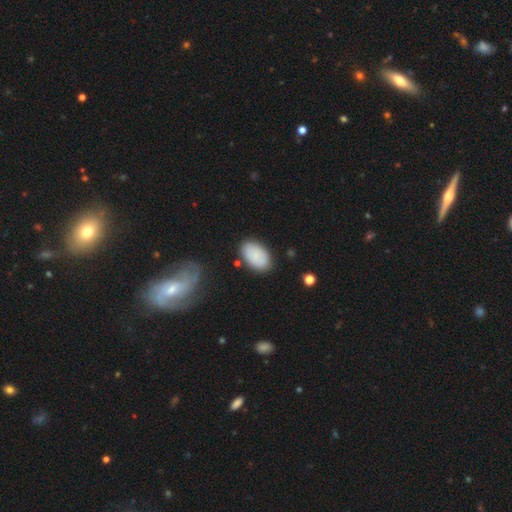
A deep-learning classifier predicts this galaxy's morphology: Smooth or featured?
  - smooth: 82% *
  - featured or disk: 11%
  - star or artifact: 7%
How rounded?
  - in between: 93% *
  - round: 6%
  - cigar-shaped: 1%
Merging?
  - none: 82% *
  - minor disturbance: 12%
  - major disturbance: 3%
  - merger: 3%